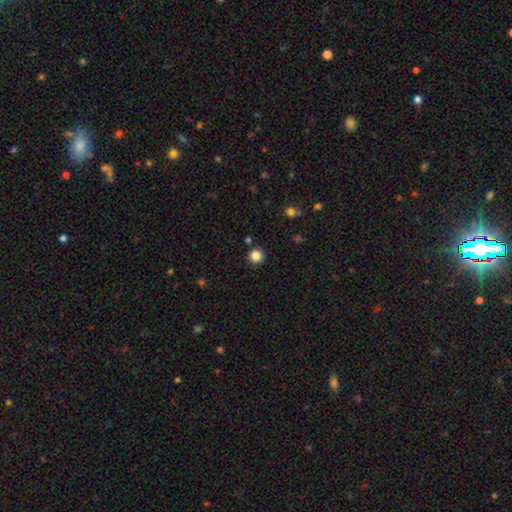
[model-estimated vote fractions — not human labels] Q: Smooth or featured?
A: smooth (85%); runner-up: star or artifact (11%)
Q: How rounded?
A: round (95%); runner-up: in between (4%)
Q: Merging?
A: none (91%); runner-up: minor disturbance (5%)